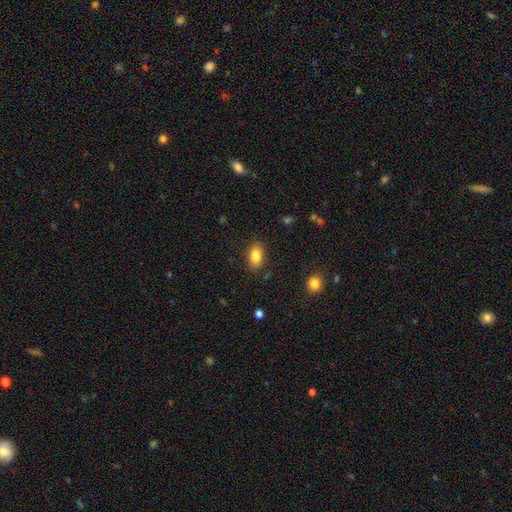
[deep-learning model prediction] smooth 84%, star or artifact 8%, featured or disk 8%. Down the decision tree: how rounded — in between (89%); merging — none (86%).